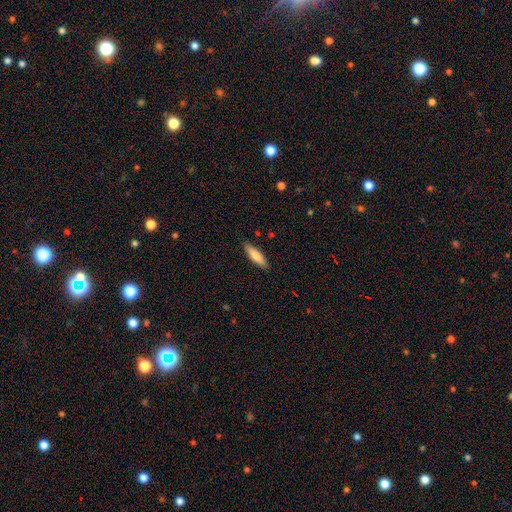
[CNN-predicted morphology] A smooth galaxy with no disk features (80%) that is cigar-shaped (64%).

Vote fractions:
- Smooth or featured? smooth: 80% / featured or disk: 14% / star or artifact: 6%
- How rounded? cigar-shaped: 64% / in between: 34% / round: 1%
- Merging? none: 87% / minor disturbance: 10% / major disturbance: 2% / merger: 1%